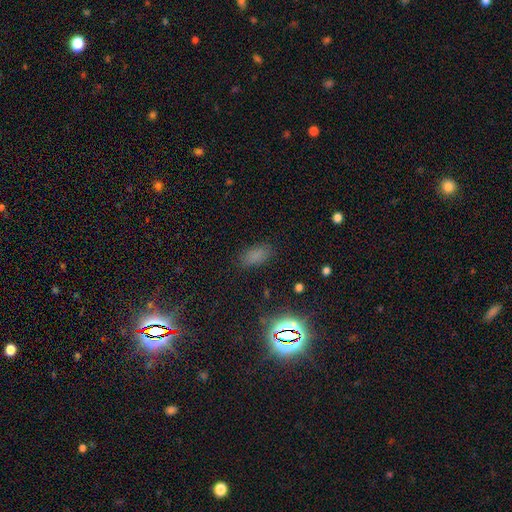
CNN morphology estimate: smooth_or_featured: smooth (p=0.69) [alt: star or artifact p=0.24]
how_rounded: in between (p=0.89) [alt: cigar-shaped p=0.06]
merging: none (p=0.81) [alt: minor disturbance p=0.13]